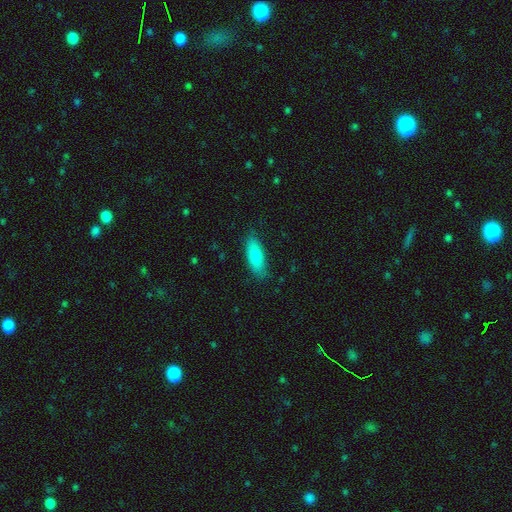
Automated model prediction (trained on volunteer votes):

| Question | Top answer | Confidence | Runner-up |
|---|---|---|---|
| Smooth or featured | smooth | 78% | featured or disk (16%) |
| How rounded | in between | 66% | cigar-shaped (32%) |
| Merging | none | 82% | minor disturbance (14%) |